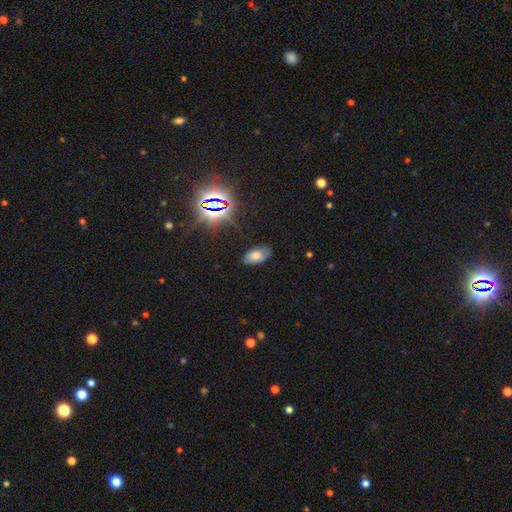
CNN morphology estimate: smooth_or_featured: smooth (p=0.56) [alt: star or artifact p=0.24]
how_rounded: in between (p=0.93) [alt: round p=0.04]
merging: none (p=0.79) [alt: minor disturbance p=0.15]